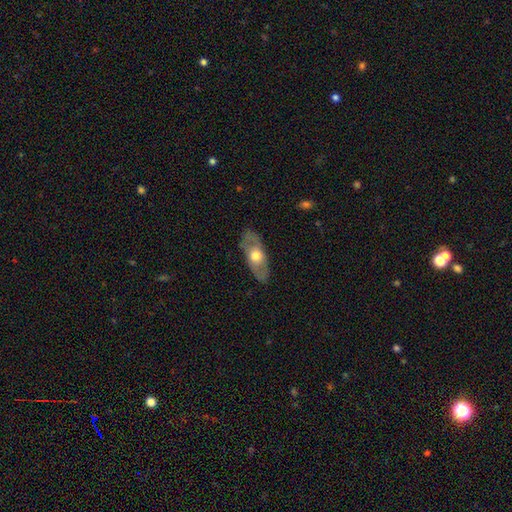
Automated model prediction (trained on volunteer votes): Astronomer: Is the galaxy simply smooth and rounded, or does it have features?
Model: featured or disk — 49% (runner-up: smooth, 46%).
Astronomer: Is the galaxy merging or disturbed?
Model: none — 82%.